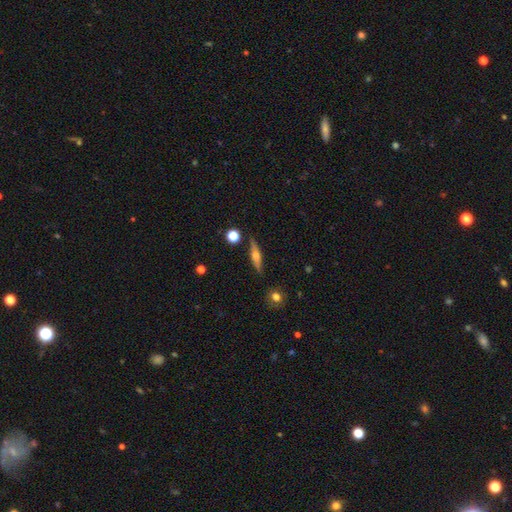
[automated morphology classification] Smooth or featured: featured or disk — 61% (smooth — 31%)
Edge-on disk: yes — 95% (no — 5%)
Edge-on bulge: rounded — 88% (boxy — 8%)
Merging: none — 85% (minor disturbance — 10%)